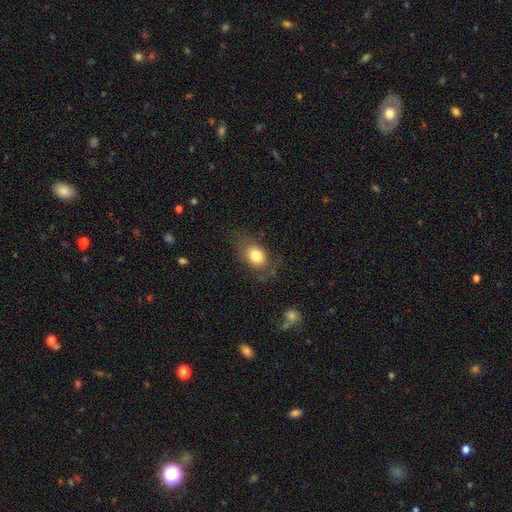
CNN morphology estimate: A smooth galaxy with no disk features (77%) that is in between round and cigar-shaped (61%). Merging: none (67%).